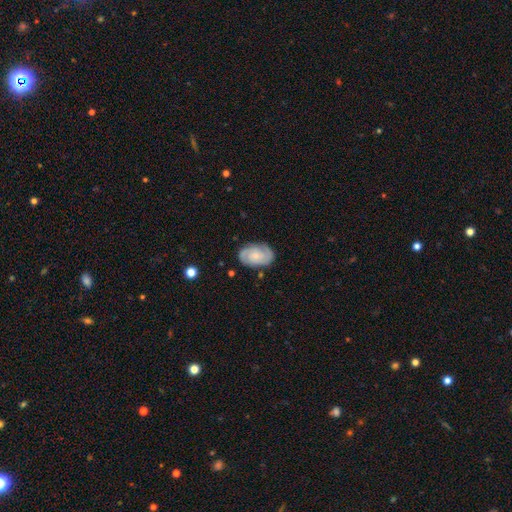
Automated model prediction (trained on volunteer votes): Overall: featured or disk (69%). Edge-on disk: no (97%). Bar: no (71%). Spiral arms: yes (93%). Spiral arm count: 2 (75%). Spiral winding: tight (53%; medium 37%). Bulge size: small (56%; moderate 23%). Merging: none (79%).